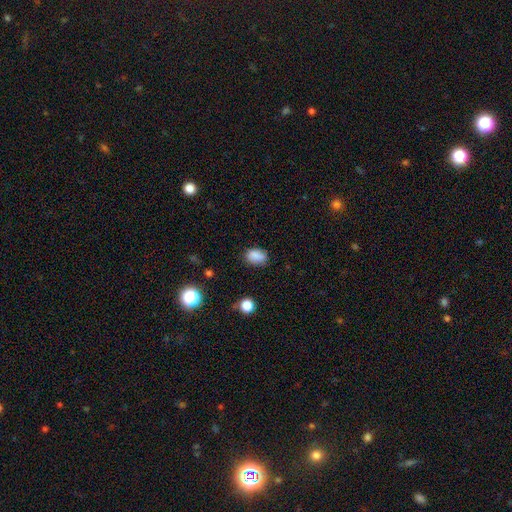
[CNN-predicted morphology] smooth 84%, star or artifact 11%, featured or disk 5%. Down the decision tree: how rounded — in between (81%); merging — none (77%).